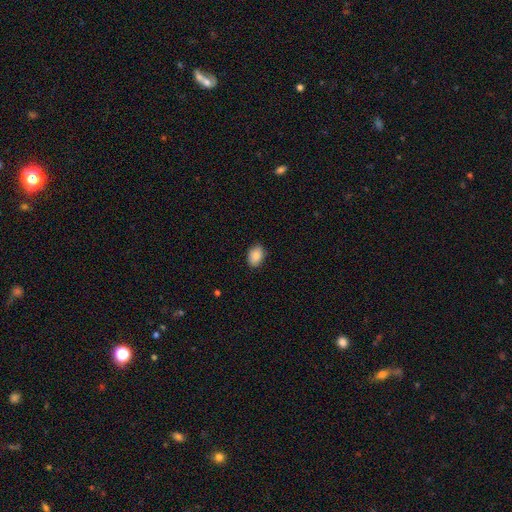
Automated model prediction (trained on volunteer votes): Smooth or featured? smooth (88%)
How rounded? in between (80%)
Merging? none (86%)